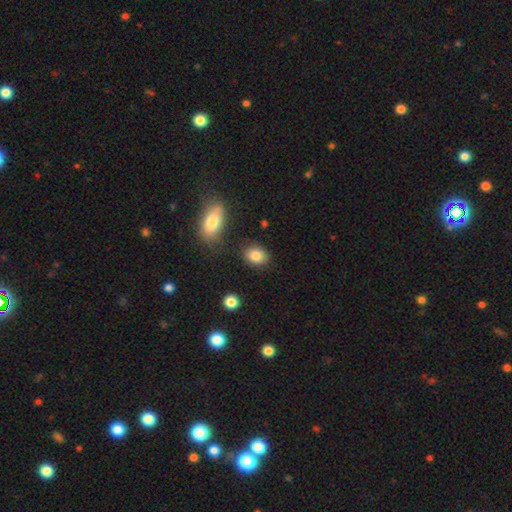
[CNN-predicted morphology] smooth_or_featured: smooth (p=0.85) [alt: star or artifact p=0.08]
how_rounded: in between (p=0.62) [alt: round p=0.36]
merging: none (p=0.83) [alt: minor disturbance p=0.10]